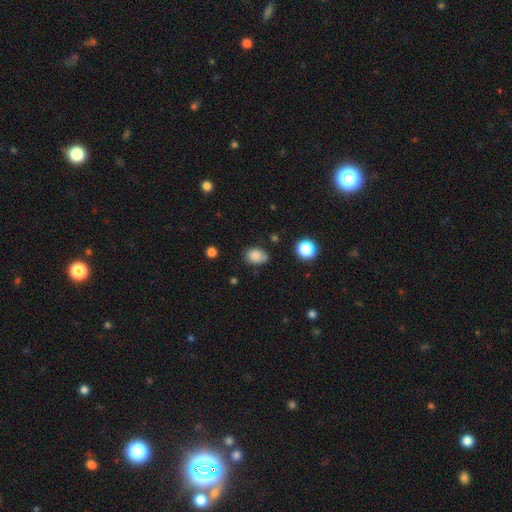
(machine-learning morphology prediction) Overall: smooth (83%). How rounded: in between (62%; round 37%). Merging: none (63%; minor disturbance 27%).